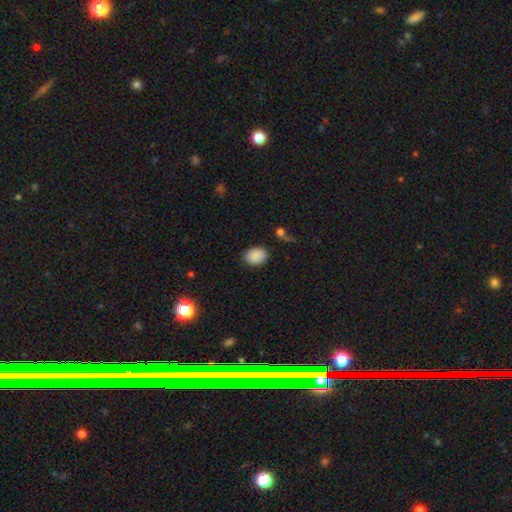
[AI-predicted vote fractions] This appears to be a smooth galaxy with no disk features (87%) that is in between round and cigar-shaped (65%). Merging: none (80%).